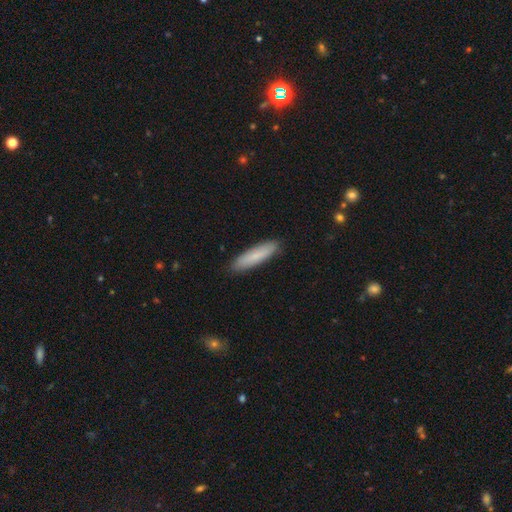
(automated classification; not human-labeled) smooth-or-featured: smooth: 80% | featured or disk: 14% | star or artifact: 6%
  how-rounded: cigar-shaped: 79% | in between: 20% | round: 1%
  merging: none: 90% | minor disturbance: 8% | major disturbance: 2% | merger: 1%